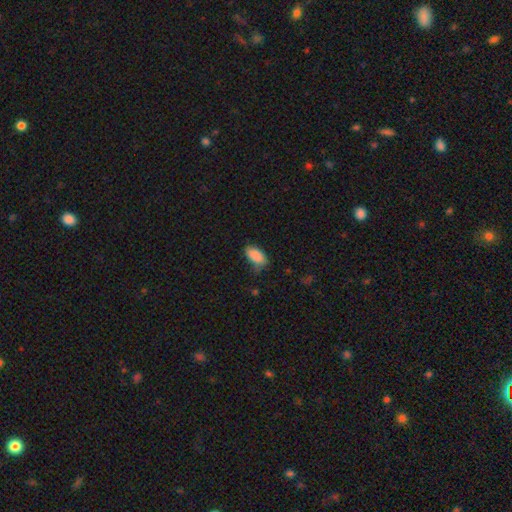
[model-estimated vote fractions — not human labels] Morphology: type=smooth (88%); roundness=in between (93%); merging=none (59%).